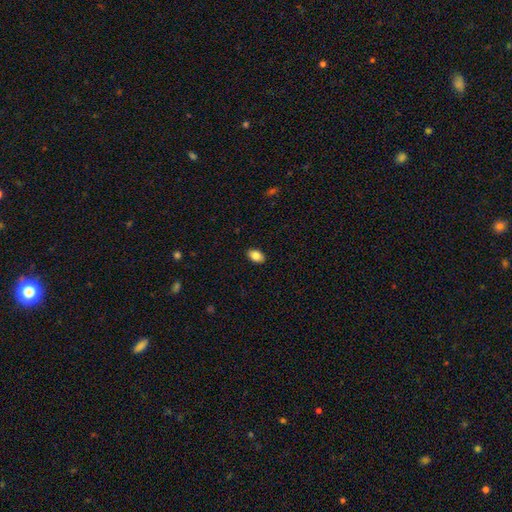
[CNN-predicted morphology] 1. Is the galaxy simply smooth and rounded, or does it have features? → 85% smooth, 8% star or artifact, 7% featured or disk.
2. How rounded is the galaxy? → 88% in between, 11% round, 1% cigar-shaped.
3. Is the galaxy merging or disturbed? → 89% none, 8% minor disturbance, 2% major disturbance, 1% merger.